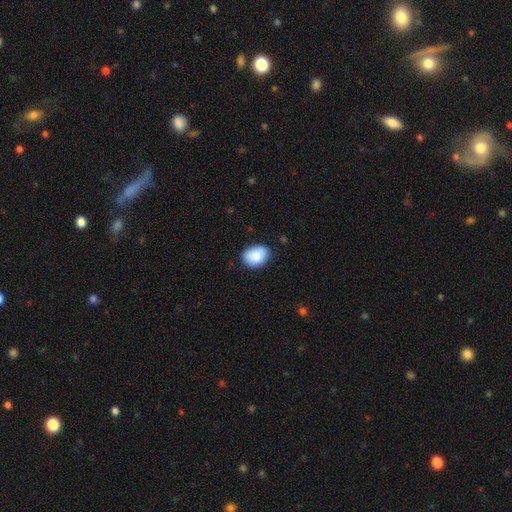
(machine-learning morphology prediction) This appears to be a smooth galaxy with no disk features (89%) that is in between round and cigar-shaped (73%). Merging: none (83%).